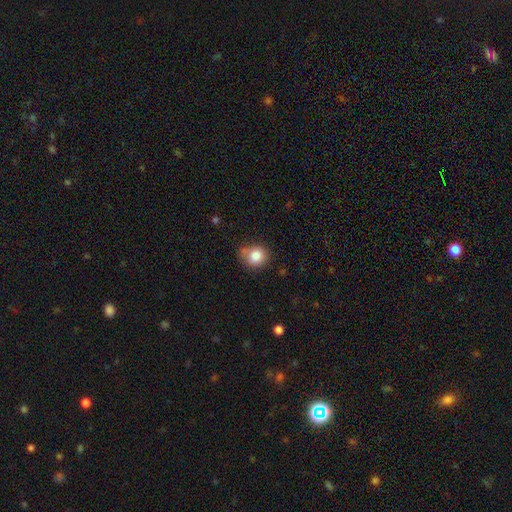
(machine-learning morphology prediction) smooth-or-featured: smooth: 84% | star or artifact: 10% | featured or disk: 6%
  how-rounded: round: 75% | in between: 24% | cigar-shaped: 1%
  merging: none: 63% | minor disturbance: 25% | major disturbance: 6% | merger: 6%